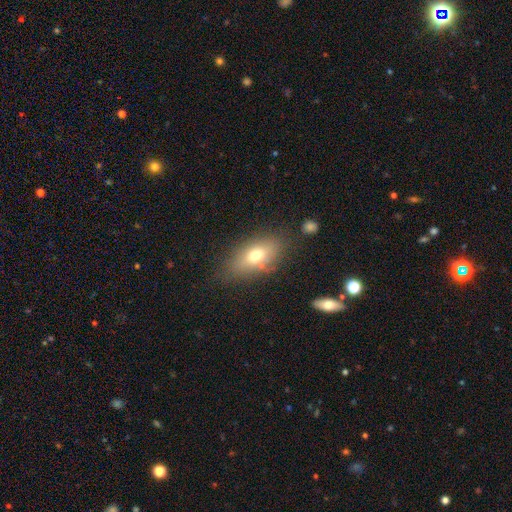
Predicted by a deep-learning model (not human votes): The model was most divided on "smooth or featured": smooth: 70%, featured or disk: 20%, star or artifact: 11%. More confident: how rounded — in between (83%); merging — none (74%).